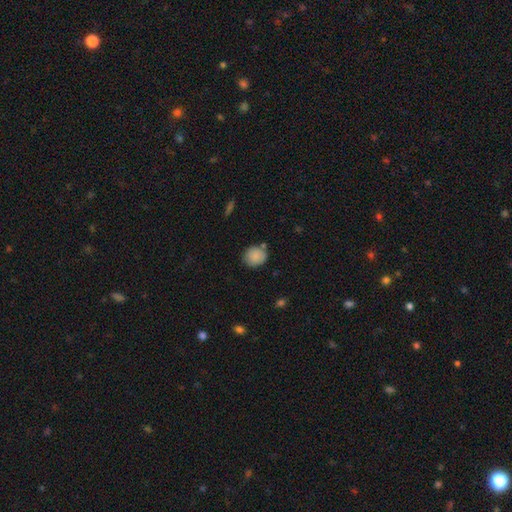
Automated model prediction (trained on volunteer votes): Q: Smooth or featured?
A: smooth (87%); runner-up: star or artifact (7%)
Q: How rounded?
A: round (81%); runner-up: in between (18%)
Q: Merging?
A: none (76%); runner-up: minor disturbance (14%)